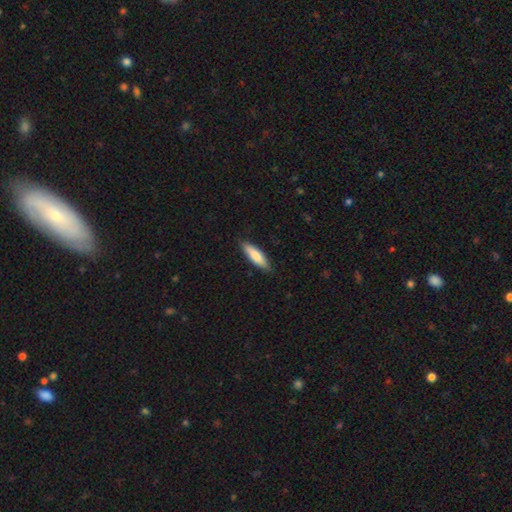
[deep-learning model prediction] smooth-or-featured: smooth: 75% | featured or disk: 19% | star or artifact: 5%
  how-rounded: cigar-shaped: 60% | in between: 38% | round: 2%
  merging: none: 85% | minor disturbance: 12% | major disturbance: 2% | merger: 1%